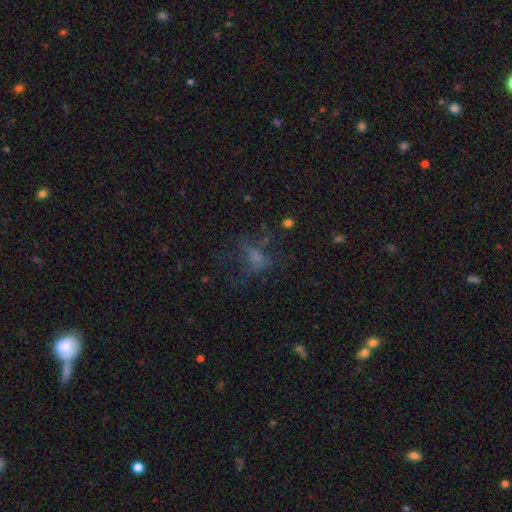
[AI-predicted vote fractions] Smooth or featured? Predicted: smooth (p=0.43). Merging? Predicted: none (p=0.43).